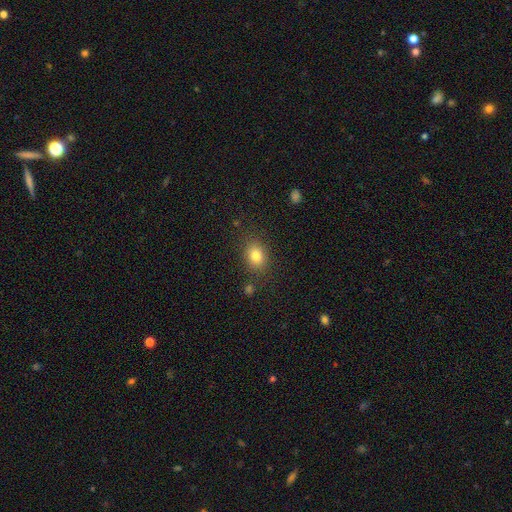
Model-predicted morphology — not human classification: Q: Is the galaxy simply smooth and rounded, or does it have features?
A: smooth — 81%.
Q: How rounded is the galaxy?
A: in between — 55%.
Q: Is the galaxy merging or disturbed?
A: none — 82%.